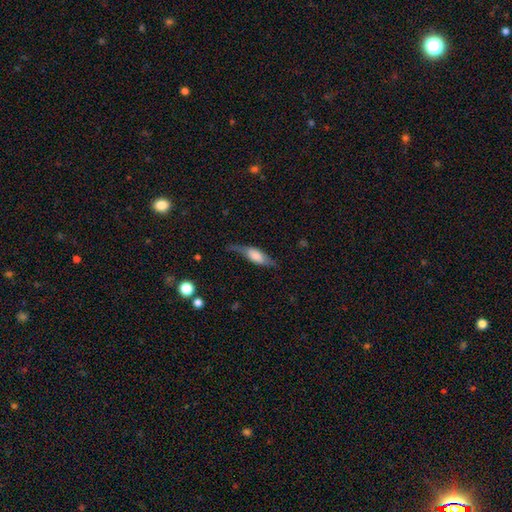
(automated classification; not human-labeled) A smooth galaxy with no disk features (51%) that is in between round and cigar-shaped (66%). Merging: none (50%).